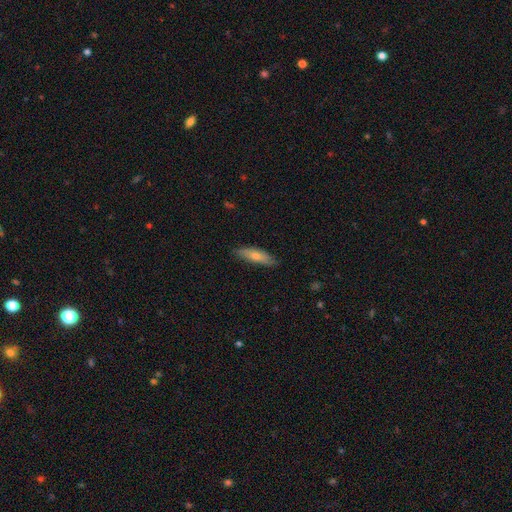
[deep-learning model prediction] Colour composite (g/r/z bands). It shows a smooth galaxy with no disk features (59%) that is cigar-shaped (64%). Merging: none (85%).